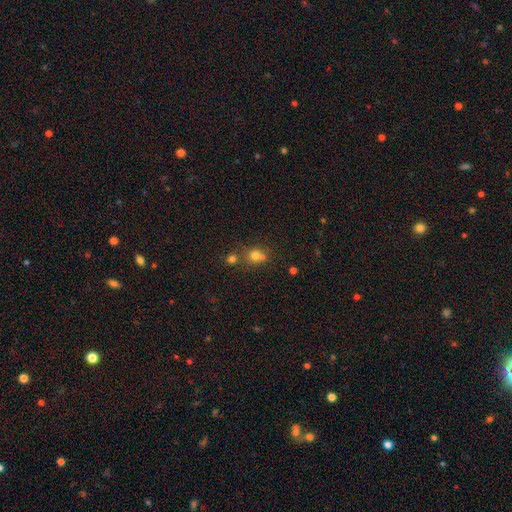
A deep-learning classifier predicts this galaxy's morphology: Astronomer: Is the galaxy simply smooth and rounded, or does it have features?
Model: smooth — 70%.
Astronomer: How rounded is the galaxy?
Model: round — 85%.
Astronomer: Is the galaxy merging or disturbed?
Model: none — 49% (runner-up: merger, 40%).